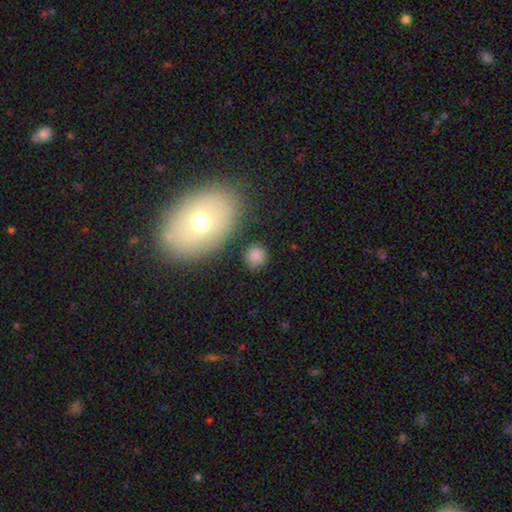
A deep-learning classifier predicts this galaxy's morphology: smooth-or-featured: smooth: 81% | star or artifact: 12% | featured or disk: 7%
  how-rounded: round: 88% | in between: 11% | cigar-shaped: 1%
  merging: none: 83% | minor disturbance: 10% | merger: 4% | major disturbance: 4%